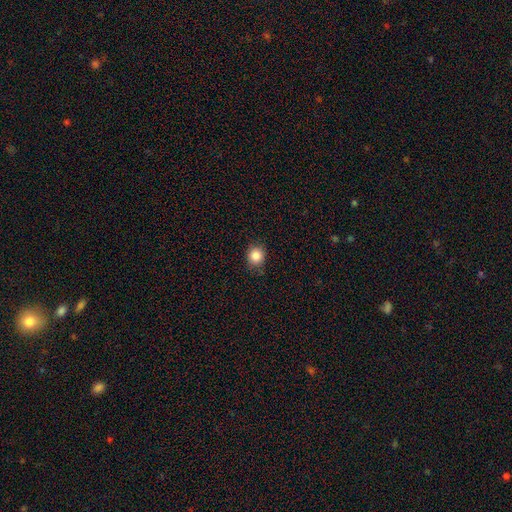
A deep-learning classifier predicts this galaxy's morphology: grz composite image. It shows a smooth galaxy with no disk features (86%) that is round (82%). Merging: none (84%).